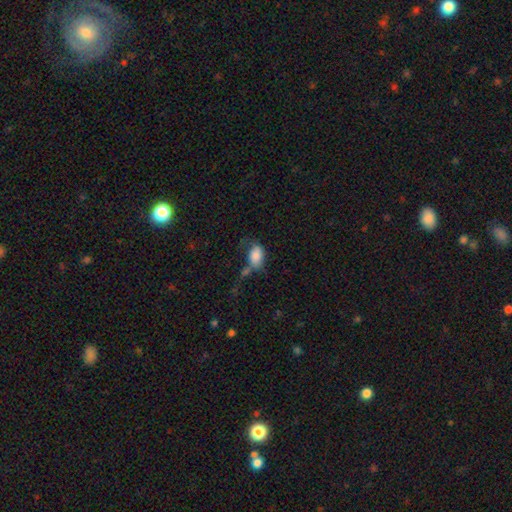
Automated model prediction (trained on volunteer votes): Smooth or featured?
  - smooth: 79% *
  - featured or disk: 12%
  - star or artifact: 9%
How rounded?
  - in between: 88% *
  - round: 10%
  - cigar-shaped: 2%
Merging?
  - none: 29% *
  - major disturbance: 27%
  - minor disturbance: 23%
  - merger: 22%